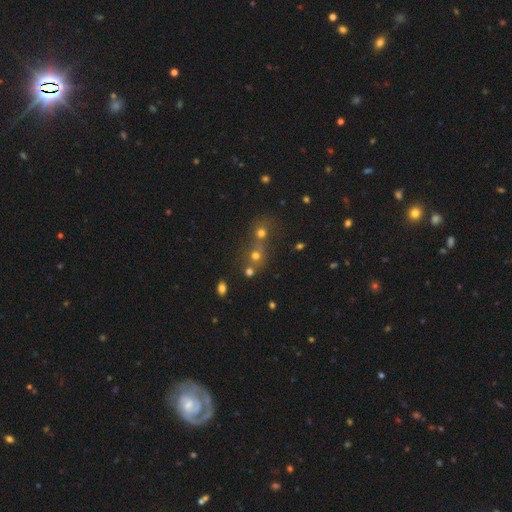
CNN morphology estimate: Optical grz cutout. It shows a smooth galaxy with no disk features (55%) that is round (80%). Merging: merger (53%).